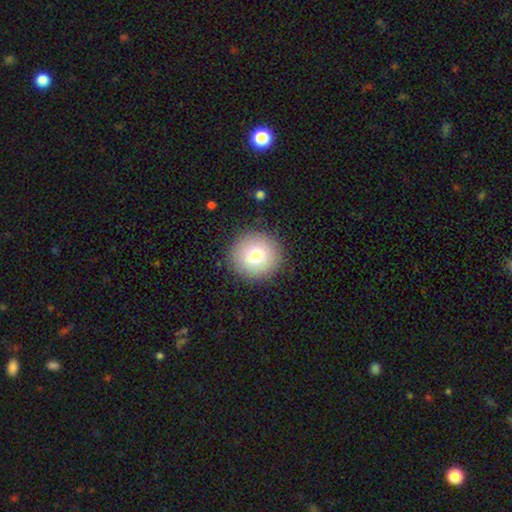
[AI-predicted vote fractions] A smooth galaxy with no disk features (76%) that is round (94%). Merging: none (89%).